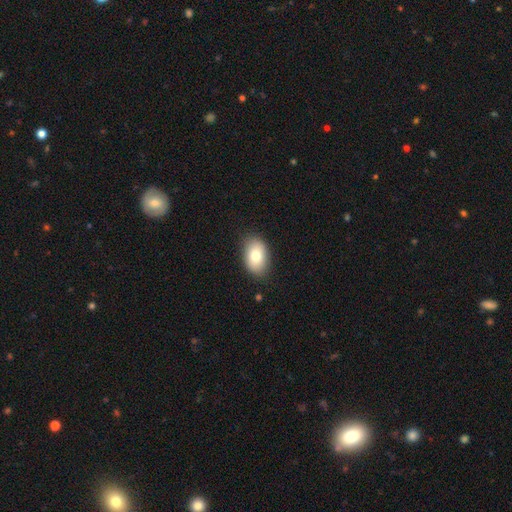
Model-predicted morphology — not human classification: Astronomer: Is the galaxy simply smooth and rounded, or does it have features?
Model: smooth — 81%.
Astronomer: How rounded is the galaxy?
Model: in between — 89%.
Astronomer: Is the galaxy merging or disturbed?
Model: none — 85%.